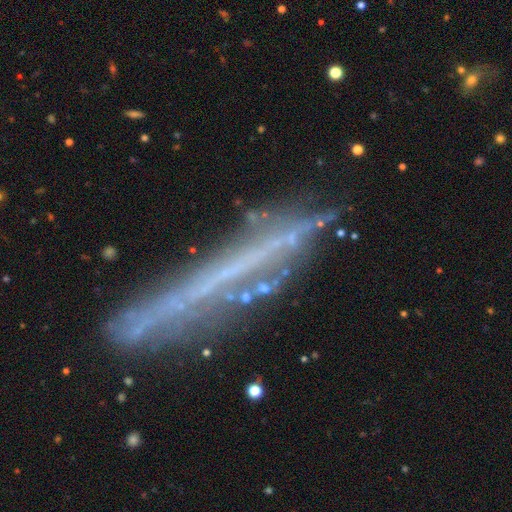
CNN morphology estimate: The model was most divided on "smooth or featured": featured or disk: 65%, smooth: 22%, star or artifact: 13%. More confident: edge-on bulge — none (87%); edge-on disk — yes (84%); merging — none (70%).